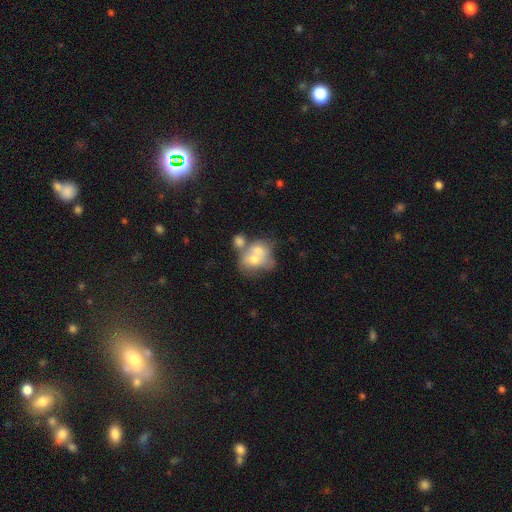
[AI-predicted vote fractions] Smooth or featured? smooth (55%)
How rounded? round (51%)
Merging? merger (63%)